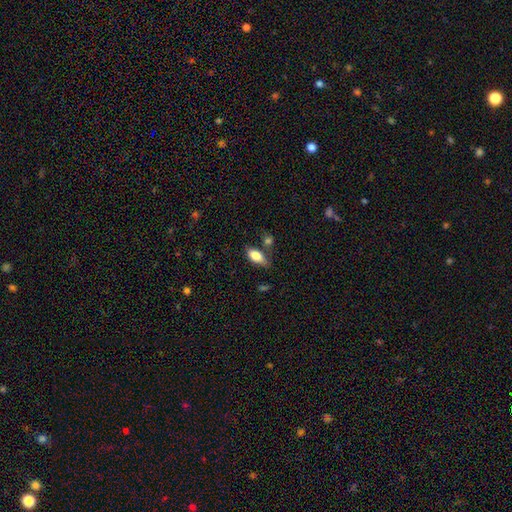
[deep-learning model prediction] Smooth or featured: smooth — 78% (featured or disk — 15%)
How rounded: in between — 85% (cigar-shaped — 11%)
Merging: none — 62% (minor disturbance — 22%)